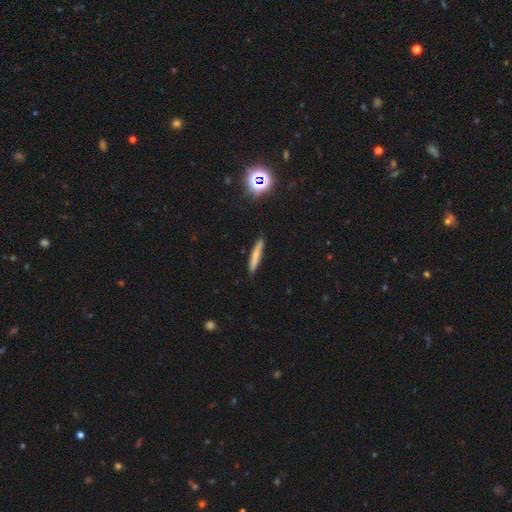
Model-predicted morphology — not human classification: smooth-or-featured: smooth: 70% | featured or disk: 19% | star or artifact: 11%
  how-rounded: cigar-shaped: 91% | in between: 7% | round: 2%
  merging: none: 86% | minor disturbance: 10% | major disturbance: 2% | merger: 1%